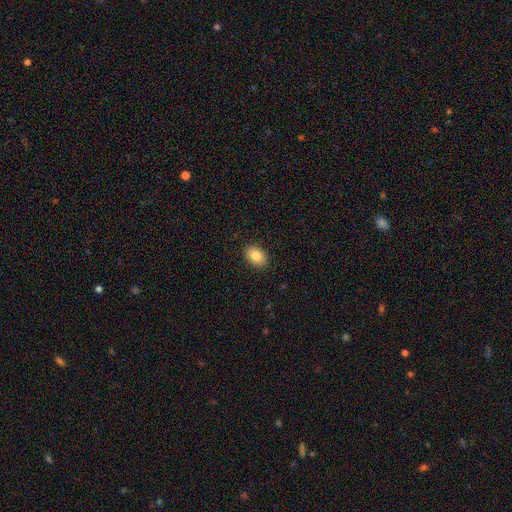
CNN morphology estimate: A smooth galaxy with no disk features (84%) that is in between round and cigar-shaped (82%).

Vote fractions:
- Smooth or featured? smooth: 84% / star or artifact: 8% / featured or disk: 8%
- How rounded? in between: 82% / round: 17% / cigar-shaped: 1%
- Merging? none: 89% / minor disturbance: 8% / major disturbance: 2% / merger: 1%